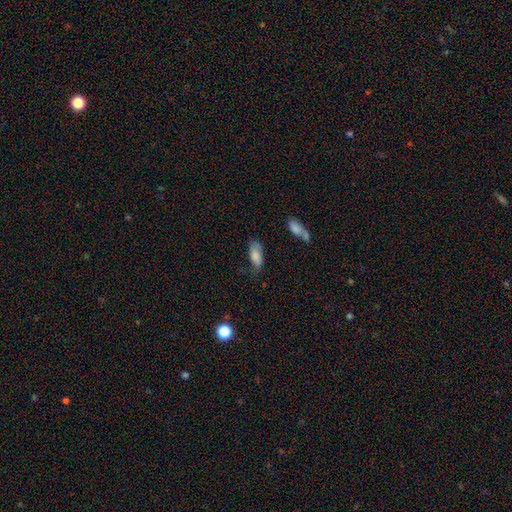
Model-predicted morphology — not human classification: Smooth or featured: smooth — 79% (featured or disk — 13%)
How rounded: in between — 83% (cigar-shaped — 14%)
Merging: none — 48% (minor disturbance — 35%)